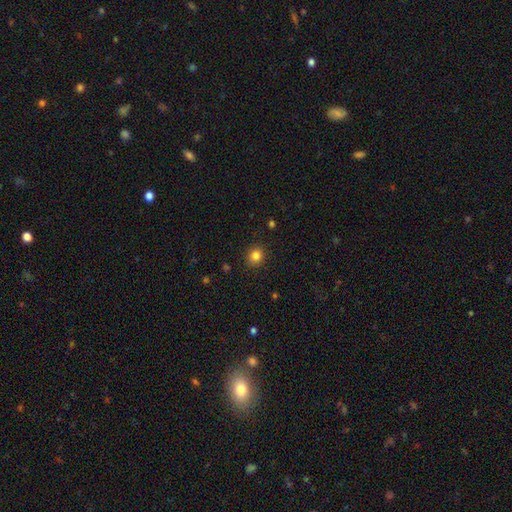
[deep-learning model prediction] Smooth or featured?
  - smooth: 82% *
  - star or artifact: 13%
  - featured or disk: 5%
How rounded?
  - round: 84% *
  - in between: 15%
  - cigar-shaped: 1%
Merging?
  - none: 89% *
  - minor disturbance: 8%
  - major disturbance: 2%
  - merger: 1%